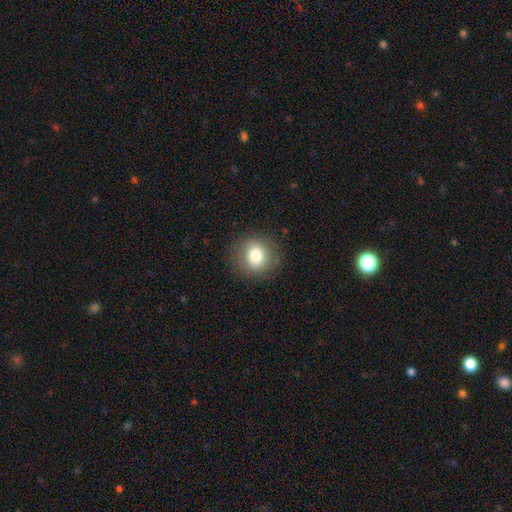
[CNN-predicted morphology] Smooth or featured? smooth (78%)
How rounded? round (84%)
Merging? none (87%)